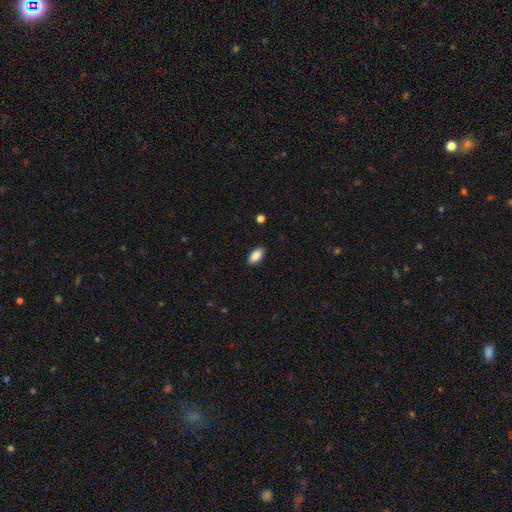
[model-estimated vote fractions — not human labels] Morphology: type=smooth (87%); roundness=in between (93%); merging=none (89%).